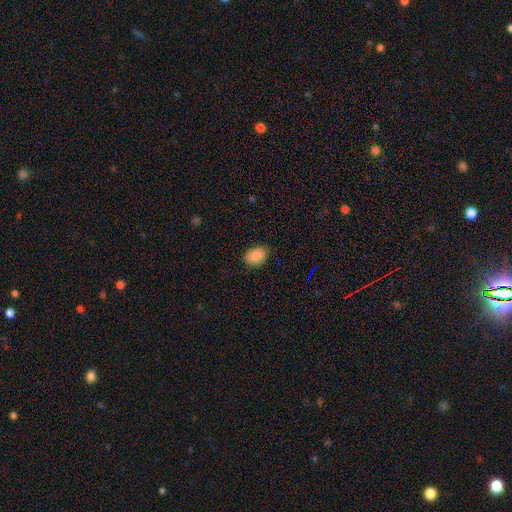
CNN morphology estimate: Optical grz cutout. It shows a smooth galaxy with no disk features (88%) that is in between round and cigar-shaped (82%). Merging: none (84%).